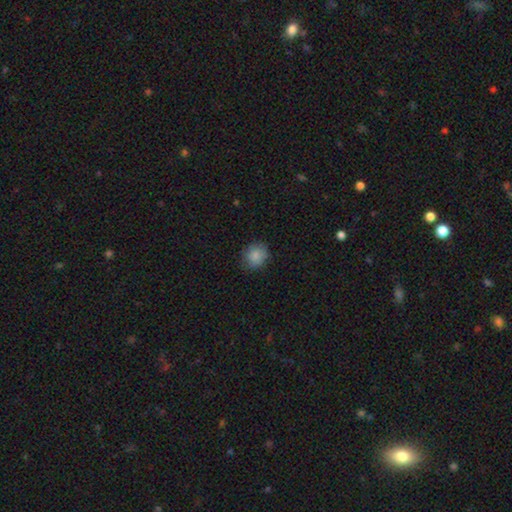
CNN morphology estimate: A smooth galaxy with no disk features (85%) that is round (75%). Merging: none (80%).